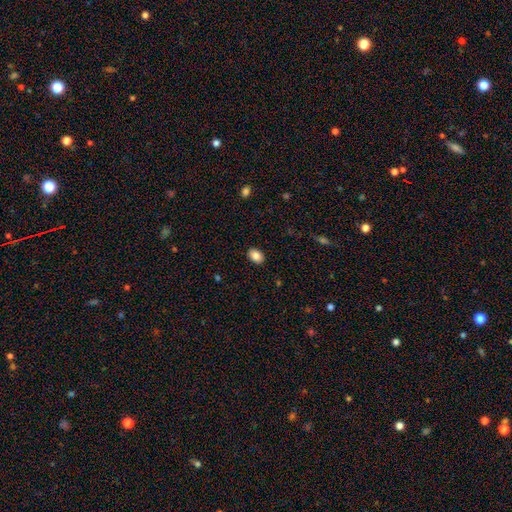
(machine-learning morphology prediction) smooth 86%, star or artifact 8%, featured or disk 6%. Down the decision tree: how rounded — in between (80%); merging — none (89%).